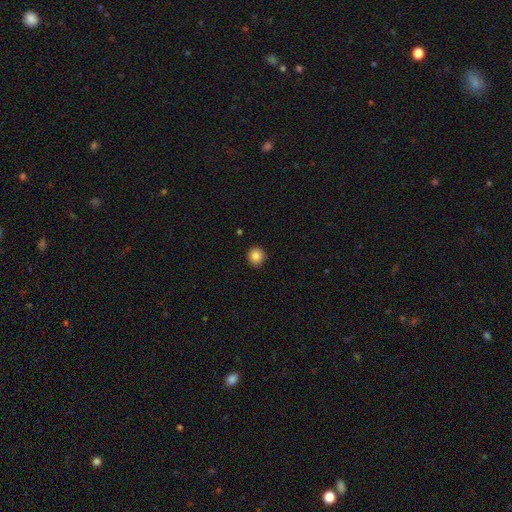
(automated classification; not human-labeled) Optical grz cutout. It shows a smooth galaxy with no disk features (84%) that is round (92%). Merging: none (92%).